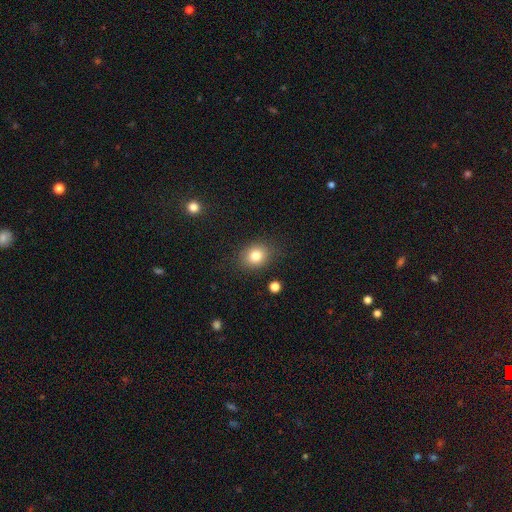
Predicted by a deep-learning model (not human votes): A smooth galaxy with no disk features (81%) that is round (60%).

Vote fractions:
- Smooth or featured? smooth: 81% / star or artifact: 11% / featured or disk: 8%
- How rounded? round: 60% / in between: 39% / cigar-shaped: 1%
- Merging? none: 84% / minor disturbance: 11% / major disturbance: 3% / merger: 2%